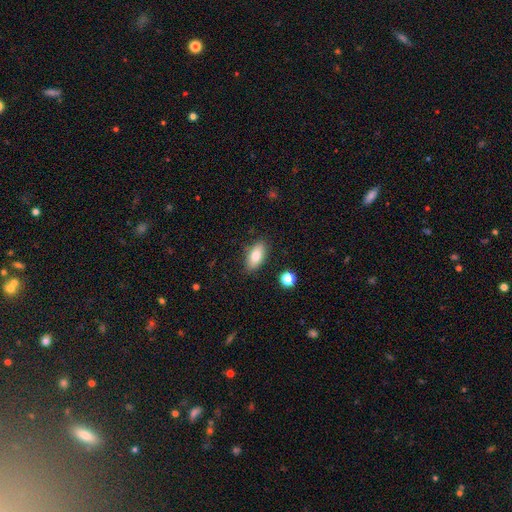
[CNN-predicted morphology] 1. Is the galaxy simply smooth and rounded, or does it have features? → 82% smooth, 11% featured or disk, 7% star or artifact.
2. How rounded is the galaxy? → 87% in between, 9% cigar-shaped, 4% round.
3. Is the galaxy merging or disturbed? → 85% none, 10% minor disturbance, 2% major disturbance, 2% merger.